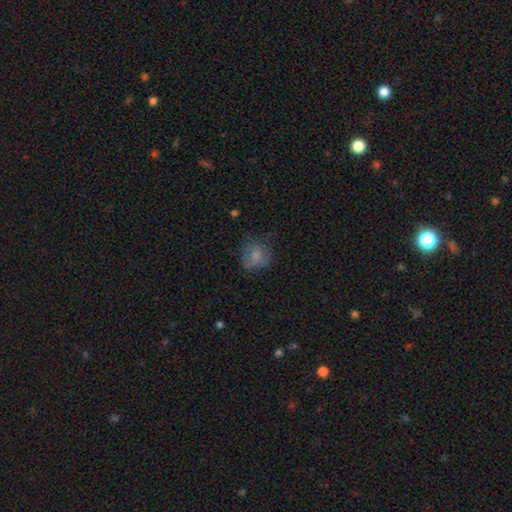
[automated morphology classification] smooth-or-featured: smooth: 71% | featured or disk: 17% | star or artifact: 12%
  how-rounded: round: 72% | in between: 27% | cigar-shaped: 1%
  merging: none: 55% | minor disturbance: 26% | major disturbance: 18% | merger: 2%